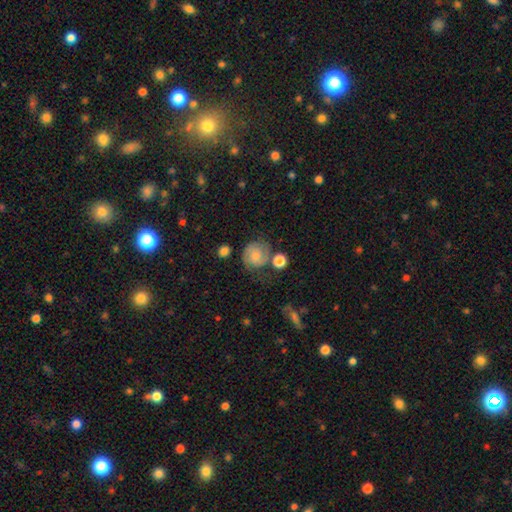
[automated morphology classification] This appears to be a featured or disk galaxy (46%). Merging: none (58%).